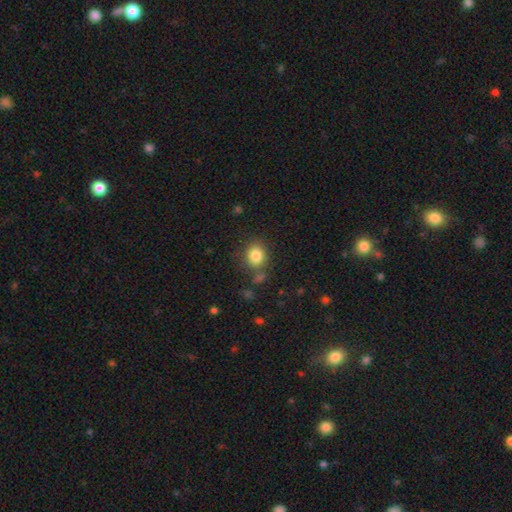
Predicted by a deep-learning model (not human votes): Smooth or featured?
  - smooth: 83% *
  - star or artifact: 11%
  - featured or disk: 6%
How rounded?
  - round: 73% *
  - in between: 26%
  - cigar-shaped: 1%
Merging?
  - none: 74% *
  - minor disturbance: 13%
  - merger: 8%
  - major disturbance: 5%